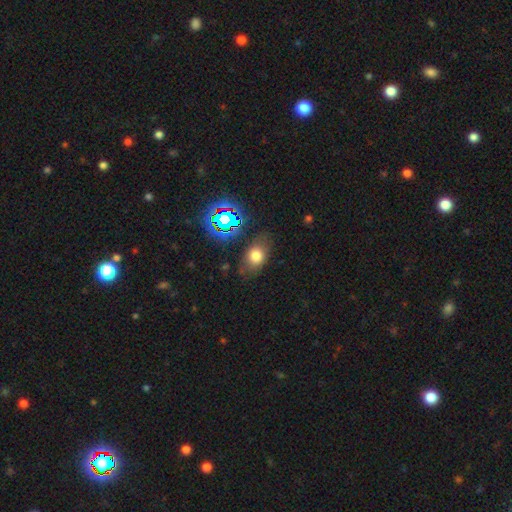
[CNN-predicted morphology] smooth 69%, star or artifact 17%, featured or disk 14%. Down the decision tree: how rounded — in between (72%); merging — none (72%).